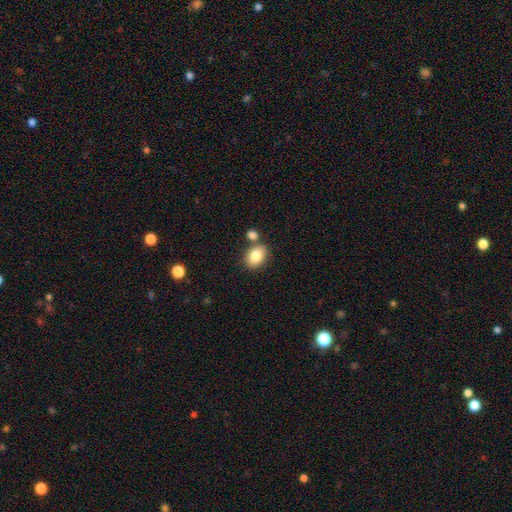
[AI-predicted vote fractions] Overall: smooth (84%). How rounded: in between (70%). Merging: none (68%).